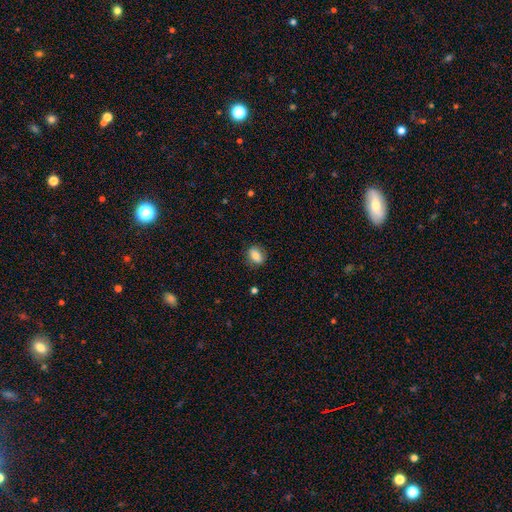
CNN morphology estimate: Smooth or featured? Predicted: smooth (p=0.78). How rounded? Predicted: in between (p=0.66). Merging? Predicted: none (p=0.80).